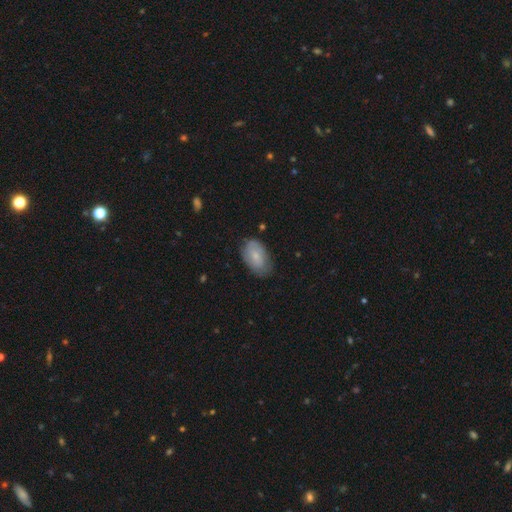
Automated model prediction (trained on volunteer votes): smooth 64%, featured or disk 30%, star or artifact 7%. Down the decision tree: how rounded — in between (91%); merging — none (67%).